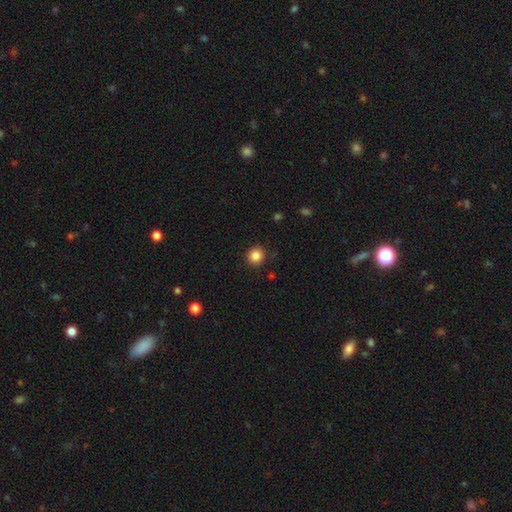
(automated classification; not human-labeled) This is clearly a smooth galaxy (85%). How rounded: clearly round (92%). Merging: clearly none (91%).